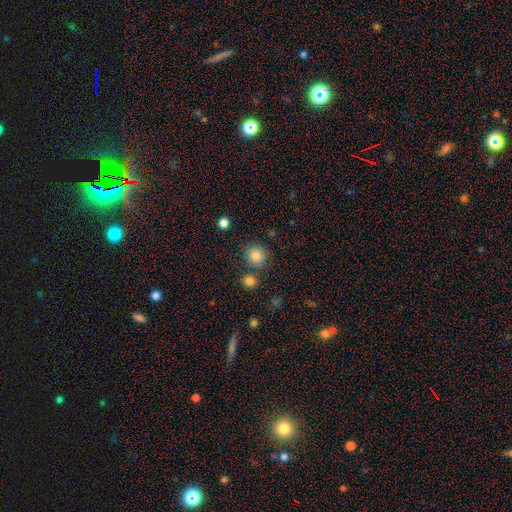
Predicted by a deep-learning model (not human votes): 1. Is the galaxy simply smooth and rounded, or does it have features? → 84% smooth, 11% star or artifact, 5% featured or disk.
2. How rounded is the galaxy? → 91% round, 8% in between, 1% cigar-shaped.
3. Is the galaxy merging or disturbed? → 80% none, 9% minor disturbance, 8% merger, 3% major disturbance.